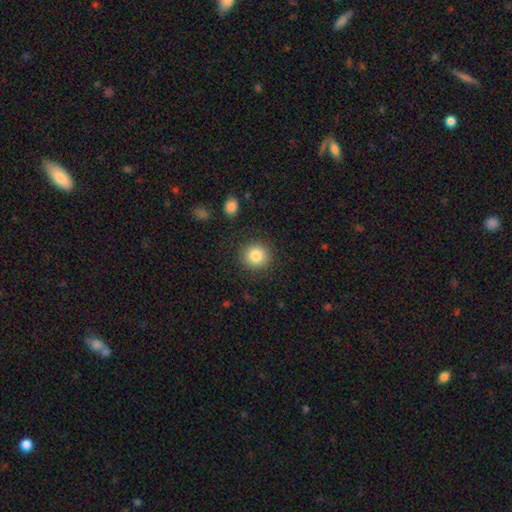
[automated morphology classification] A smooth galaxy with no disk features (84%) that is round (91%). Merging: none (89%).